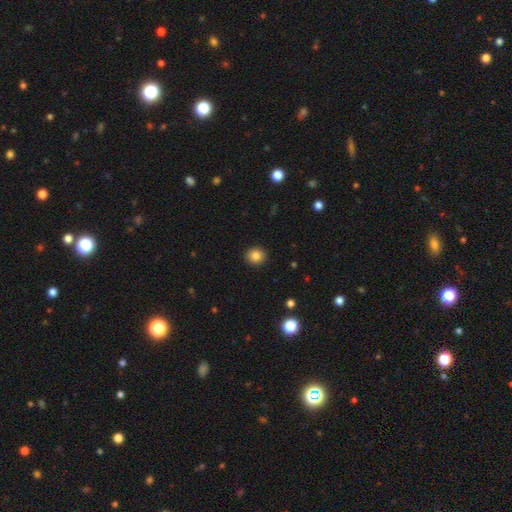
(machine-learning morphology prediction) A smooth galaxy with no disk features (83%) that is round (86%).

Vote fractions:
- Smooth or featured? smooth: 83% / star or artifact: 10% / featured or disk: 6%
- How rounded? round: 86% / in between: 13% / cigar-shaped: 1%
- Merging? none: 92% / minor disturbance: 5% / major disturbance: 2% / merger: 1%